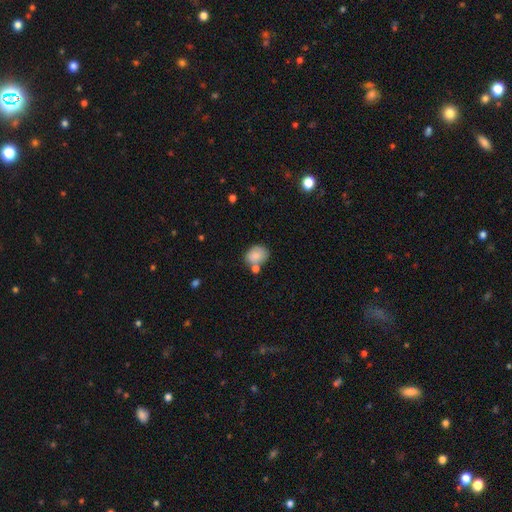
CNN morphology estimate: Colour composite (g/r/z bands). It shows a smooth galaxy with no disk features (83%) that is in between round and cigar-shaped (59%). Merging: none (57%).